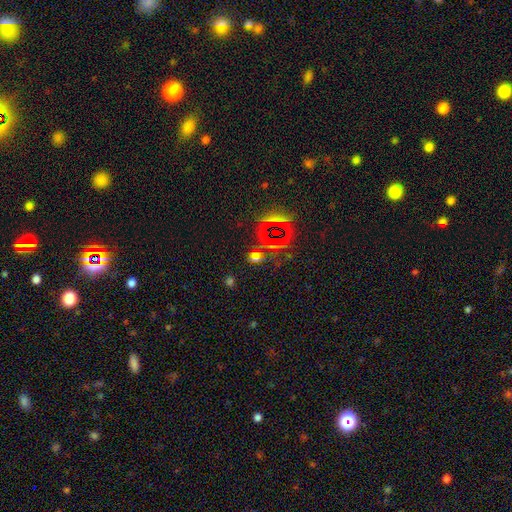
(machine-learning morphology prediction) star or artifact 67%, smooth 23%, featured or disk 10%.